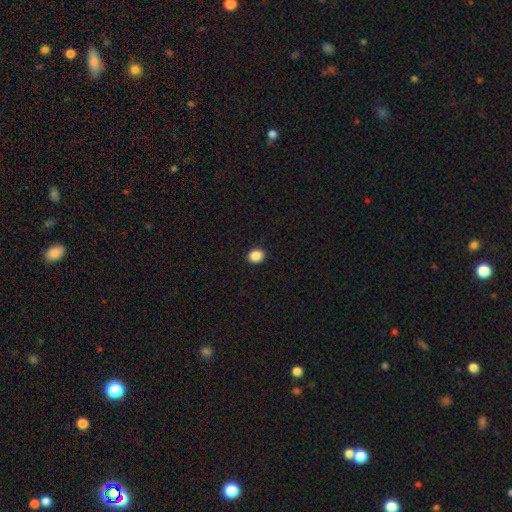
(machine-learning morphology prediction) This appears to be a smooth galaxy with no disk features (88%) that is round (76%). Merging: none (93%).